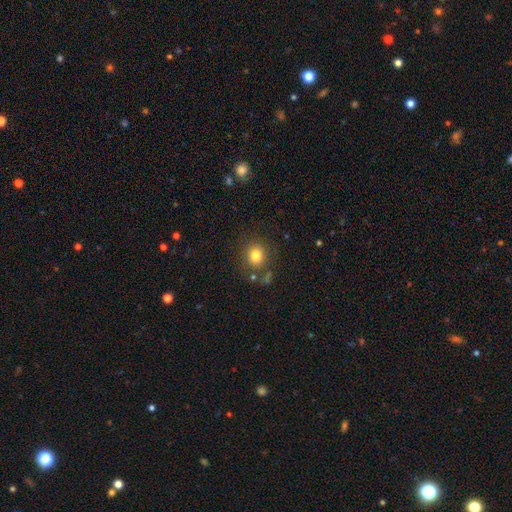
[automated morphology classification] smooth-or-featured: smooth: 80% | star or artifact: 12% | featured or disk: 8%
  how-rounded: round: 81% | in between: 18% | cigar-shaped: 1%
  merging: none: 78% | minor disturbance: 11% | merger: 6% | major disturbance: 5%